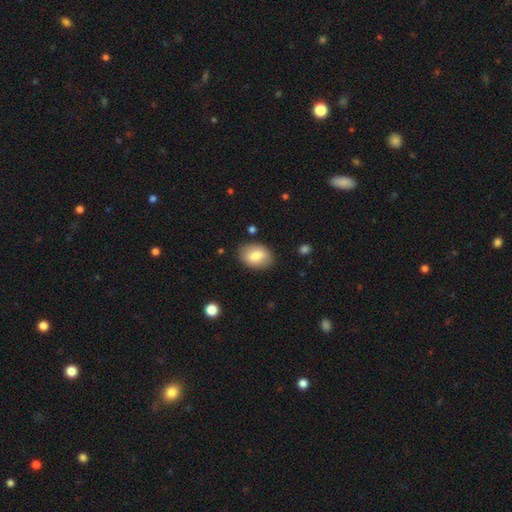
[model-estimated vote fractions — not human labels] Smooth or featured? Predicted: smooth (p=0.78). How rounded? Predicted: in between (p=0.78). Merging? Predicted: none (p=0.83).